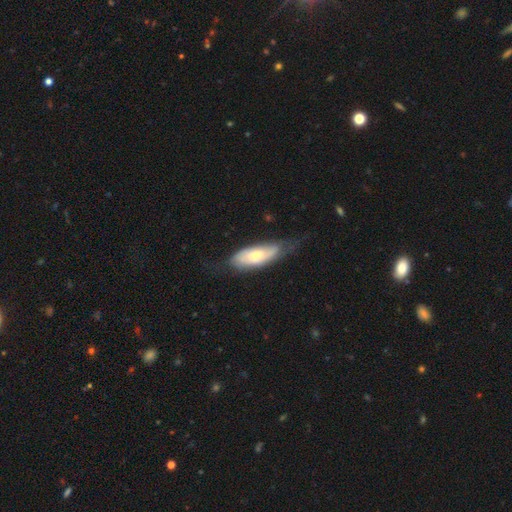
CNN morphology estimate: A smooth galaxy with no disk features (51%) that is in between round and cigar-shaped (71%).

Vote fractions:
- Smooth or featured? smooth: 51% / featured or disk: 43% / star or artifact: 6%
- How rounded? in between: 71% / cigar-shaped: 27% / round: 2%
- Merging? none: 48% / minor disturbance: 34% / major disturbance: 16% / merger: 2%